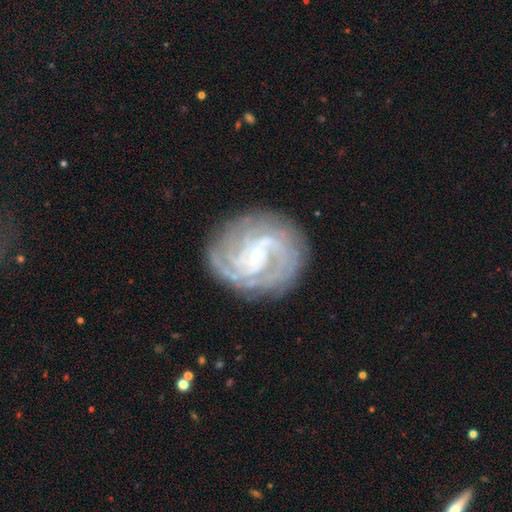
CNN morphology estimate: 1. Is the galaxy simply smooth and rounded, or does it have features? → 89% featured or disk, 6% star or artifact, 6% smooth.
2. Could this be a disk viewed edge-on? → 97% no, 3% yes.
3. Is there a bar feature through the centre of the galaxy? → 48% weak, 33% no, 19% strong.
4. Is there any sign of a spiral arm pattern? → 98% yes, 2% no.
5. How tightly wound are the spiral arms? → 67% tight, 27% medium, 5% loose.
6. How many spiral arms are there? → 23% can't tell (tied), 23% 2 (tied), 22% 3, 18% 4, 8% more than 4, 7% 1.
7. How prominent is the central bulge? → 75% small, 21% moderate, 2% none, 1% large, 1% dominant.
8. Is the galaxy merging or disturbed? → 80% none, 14% minor disturbance, 5% major disturbance, 1% merger.